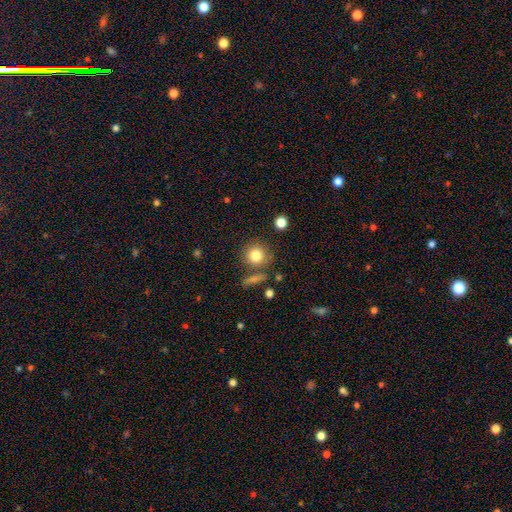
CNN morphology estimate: Smooth or featured?
  - smooth: 81% *
  - star or artifact: 10%
  - featured or disk: 9%
How rounded?
  - round: 89% *
  - in between: 10%
  - cigar-shaped: 1%
Merging?
  - none: 75% *
  - minor disturbance: 11%
  - merger: 10%
  - major disturbance: 4%